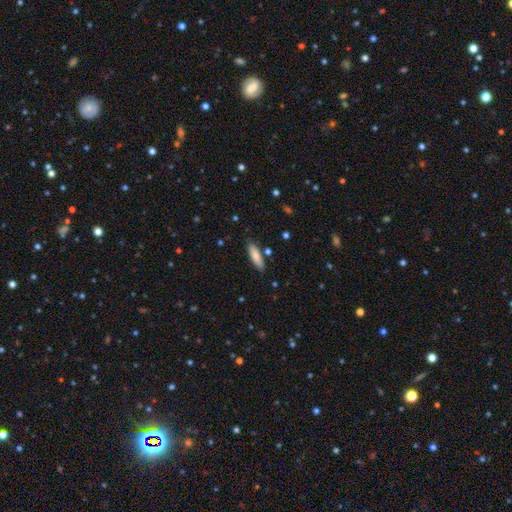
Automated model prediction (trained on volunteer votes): A smooth galaxy with no disk features (81%) that is cigar-shaped (56%). Merging: none (84%).